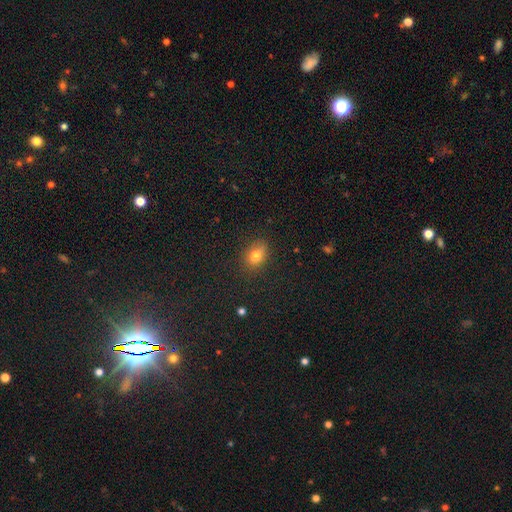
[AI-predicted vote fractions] This is likely a smooth galaxy (77%). How rounded: likely in between (74%). Merging: clearly none (81%).